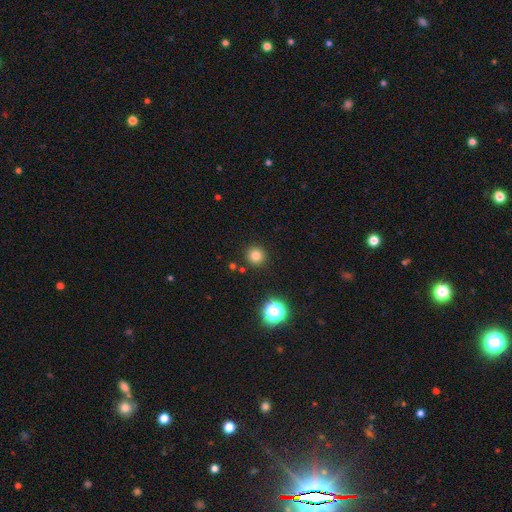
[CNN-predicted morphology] smooth 79%, star or artifact 15%, featured or disk 6%. Down the decision tree: how rounded — round (94%); merging — none (89%).